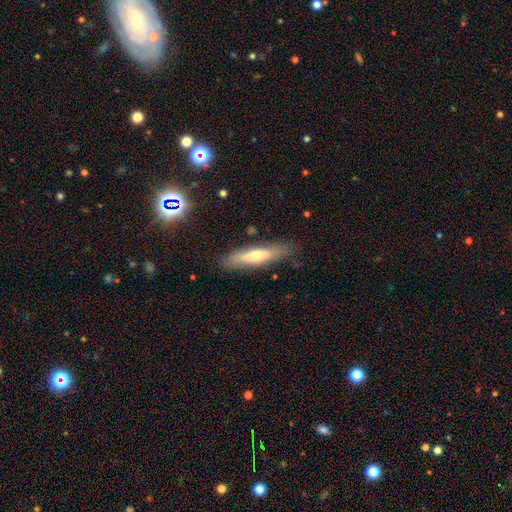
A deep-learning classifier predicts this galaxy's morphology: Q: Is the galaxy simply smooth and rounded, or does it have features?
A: smooth — 48%.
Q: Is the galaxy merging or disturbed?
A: none — 83%.